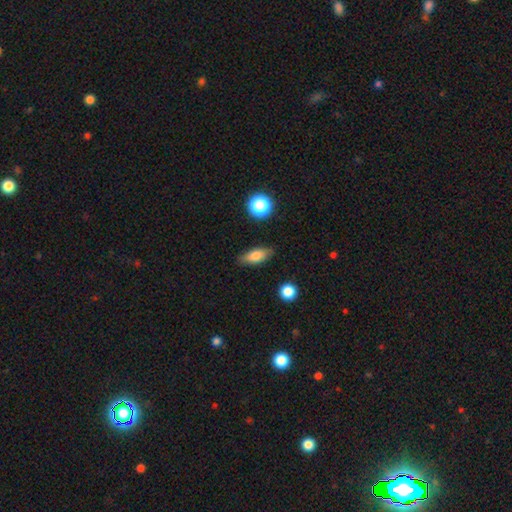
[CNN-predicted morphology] smooth_or_featured: smooth (p=0.75) [alt: featured or disk p=0.16]
how_rounded: in between (p=0.74) [alt: cigar-shaped p=0.21]
merging: none (p=0.85) [alt: minor disturbance p=0.11]